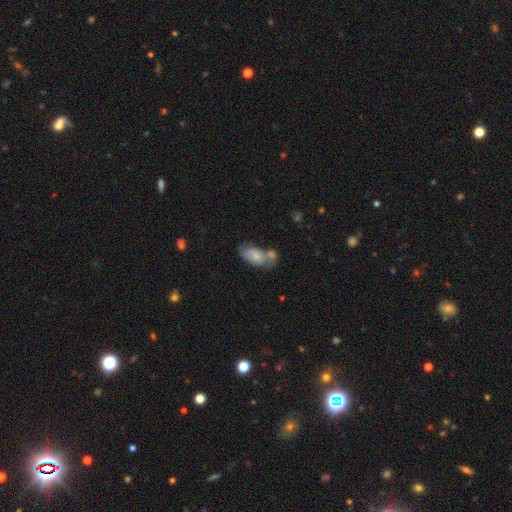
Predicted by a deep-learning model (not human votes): This is likely a smooth galaxy (73%). How rounded: clearly in between (92%). Merging: marginally merger (45%).